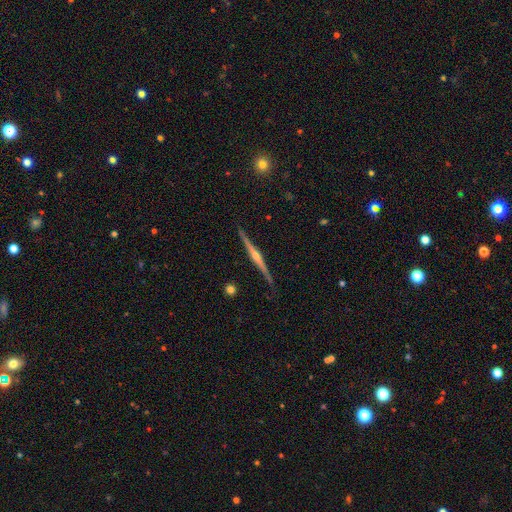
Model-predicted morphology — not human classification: featured or disk 86%, smooth 8%, star or artifact 5%. Down the decision tree: edge-on disk — yes (99%); edge-on bulge — rounded (90%); merging — none (88%).